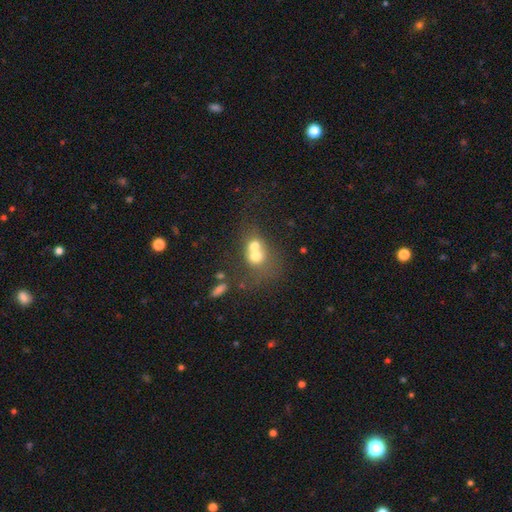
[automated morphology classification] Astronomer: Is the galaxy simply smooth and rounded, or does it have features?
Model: smooth — 63%.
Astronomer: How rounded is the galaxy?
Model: round — 66%.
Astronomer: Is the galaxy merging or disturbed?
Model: merger — 72%.